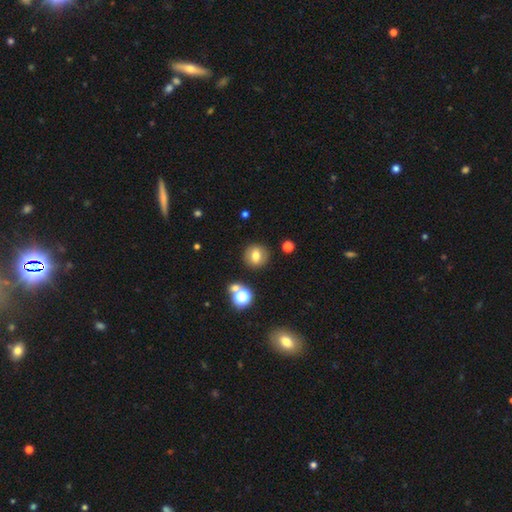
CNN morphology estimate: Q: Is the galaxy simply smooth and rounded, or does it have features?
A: smooth — 71%.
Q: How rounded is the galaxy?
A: round — 84%.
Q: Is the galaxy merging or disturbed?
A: none — 86%.